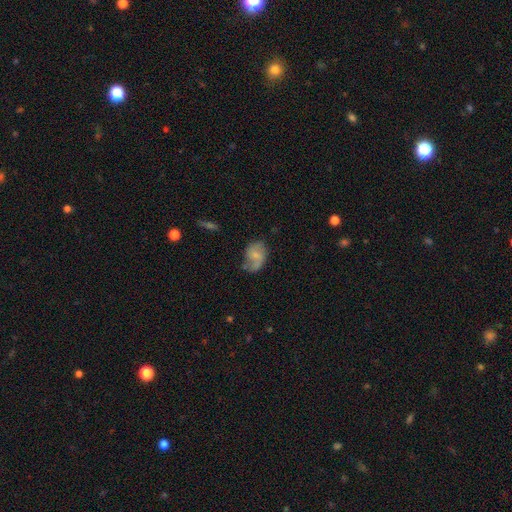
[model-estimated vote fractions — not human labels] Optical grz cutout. It shows a featured or disk galaxy (49%). Merging: none (51%).